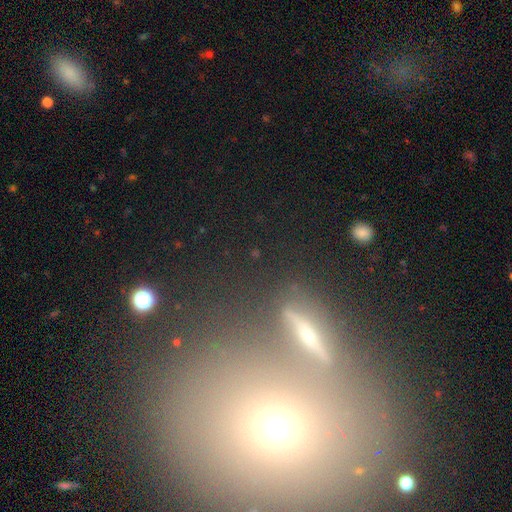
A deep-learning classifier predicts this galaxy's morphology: A smooth galaxy with no disk features (42%). Merging: none (66%).